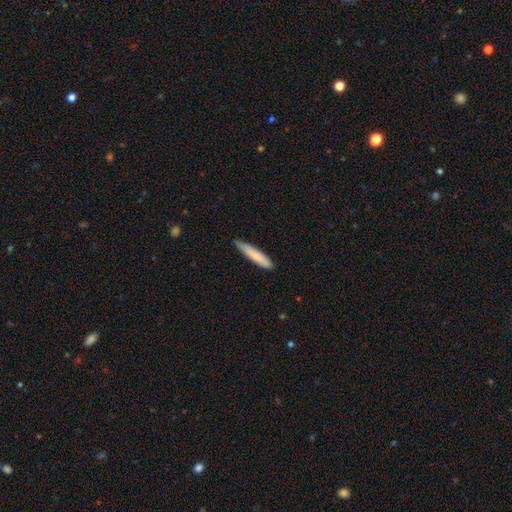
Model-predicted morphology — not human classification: smooth_or_featured: smooth (p=0.79) [alt: featured or disk p=0.16]
how_rounded: cigar-shaped (p=0.89) [alt: in between p=0.10]
merging: none (p=0.78) [alt: minor disturbance p=0.19]